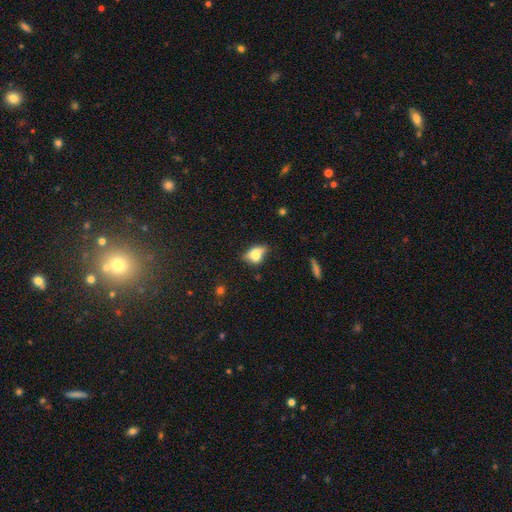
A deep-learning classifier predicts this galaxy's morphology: Smooth or featured? Predicted: smooth (p=0.68). How rounded? Predicted: in between (p=0.78). Merging? Predicted: none (p=0.50).